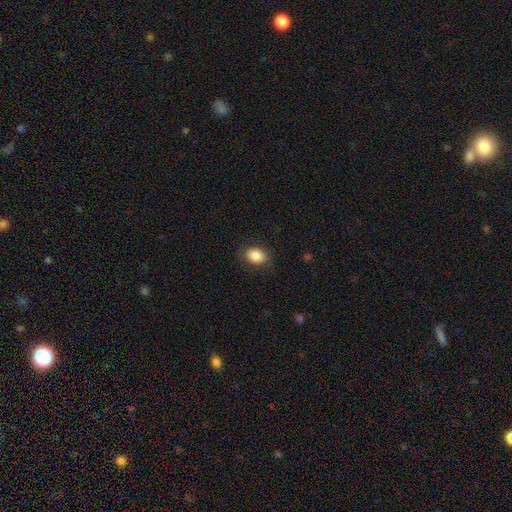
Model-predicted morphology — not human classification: The model was most divided on "how rounded": in between: 69%, round: 29%, cigar-shaped: 1%. More confident: smooth or featured — smooth (86%); merging — none (82%).